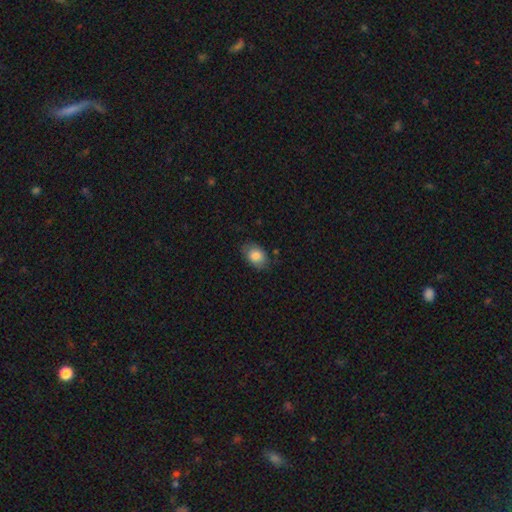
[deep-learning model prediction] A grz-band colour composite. It shows a smooth galaxy with no disk features (83%) that is in between round and cigar-shaped (76%). Merging: none (75%).